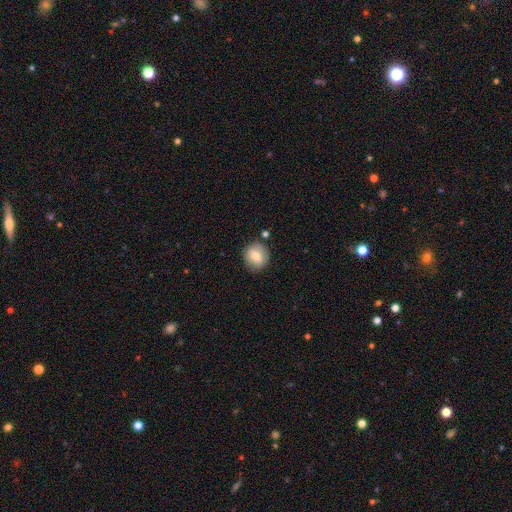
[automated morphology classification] type=smooth (73%); roundness=round (80%); merging=none (78%).